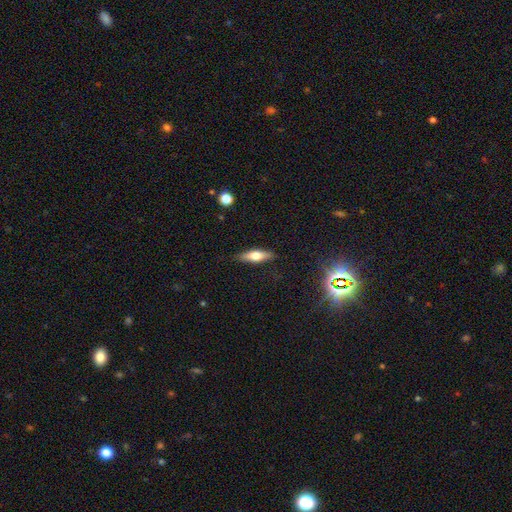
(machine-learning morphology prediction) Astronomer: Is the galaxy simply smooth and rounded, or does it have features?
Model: smooth — 52% (runner-up: featured or disk, 41%).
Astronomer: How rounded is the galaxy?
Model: cigar-shaped — 59% (runner-up: in between, 39%).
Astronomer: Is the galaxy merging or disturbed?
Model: none — 86%.